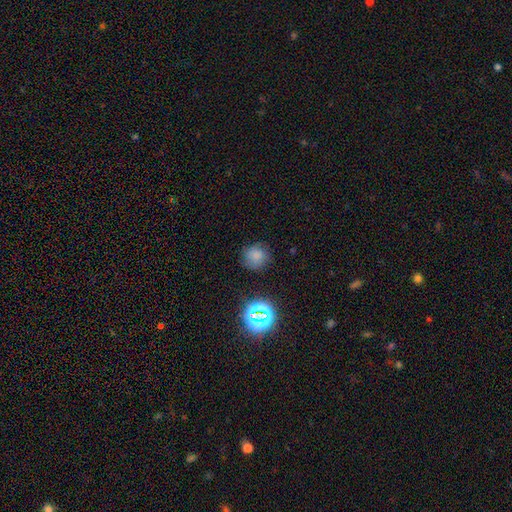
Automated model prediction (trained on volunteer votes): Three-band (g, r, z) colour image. It shows a smooth galaxy with no disk features (71%) that is round (88%). Merging: none (78%).